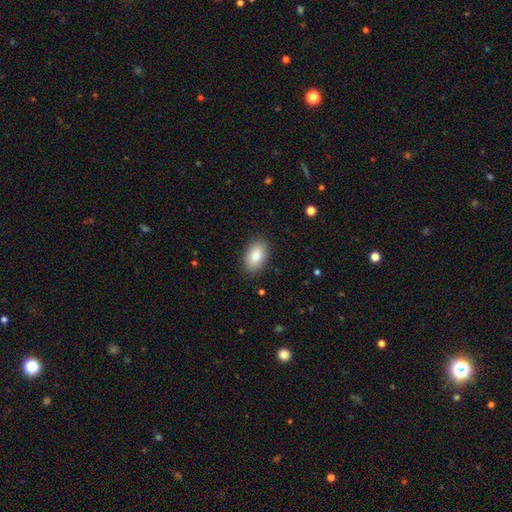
This is clearly a smooth galaxy (90%). How rounded: clearly in between (97%). Merging: clearly none (93%).